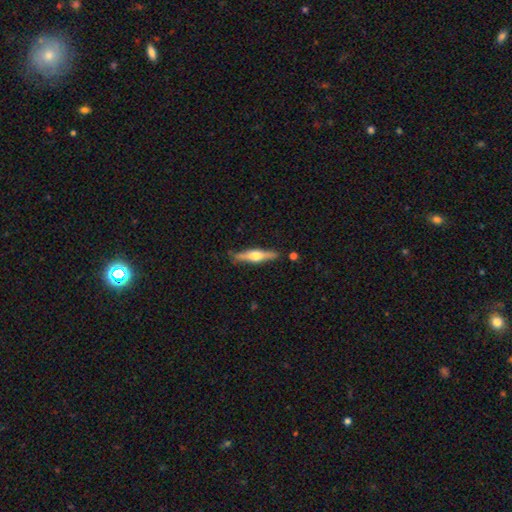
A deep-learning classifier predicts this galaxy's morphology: This appears to be a featured or disk galaxy (61%) viewed edge-on (96%) with a rounded central bulge (94%). Merging: none (85%).